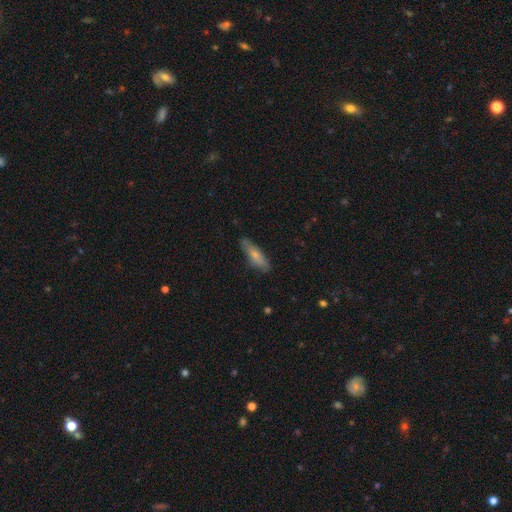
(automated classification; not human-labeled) smooth_or_featured: smooth (p=0.68) [alt: featured or disk p=0.27]
how_rounded: cigar-shaped (p=0.62) [alt: in between p=0.36]
merging: none (p=0.80) [alt: minor disturbance p=0.16]